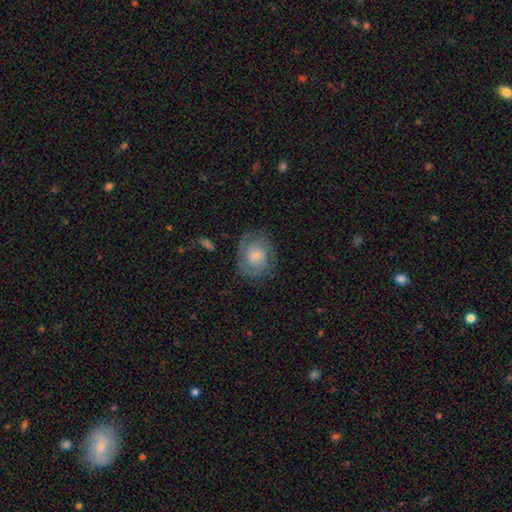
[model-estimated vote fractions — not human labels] The model was most divided on "smooth or featured": featured or disk: 58%, smooth: 35%, star or artifact: 8%. More confident: edge-on disk — no (97%); spiral arms — yes (85%); merging — none (74%); bar — no (65%); bulge size — small (57%).